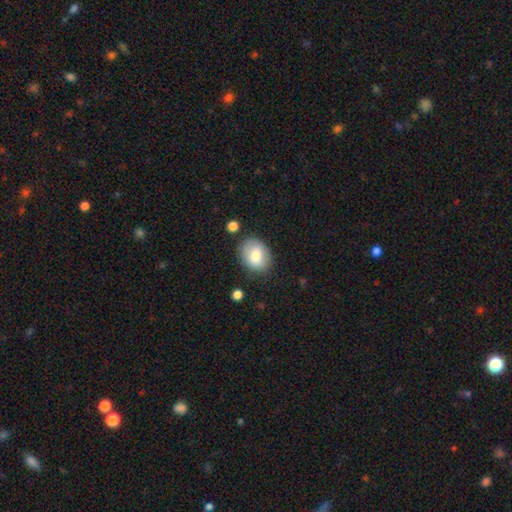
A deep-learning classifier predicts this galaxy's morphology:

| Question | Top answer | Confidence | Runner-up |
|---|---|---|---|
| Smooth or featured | smooth | 75% | featured or disk (17%) |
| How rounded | in between | 62% | round (37%) |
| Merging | none | 77% | minor disturbance (16%) |